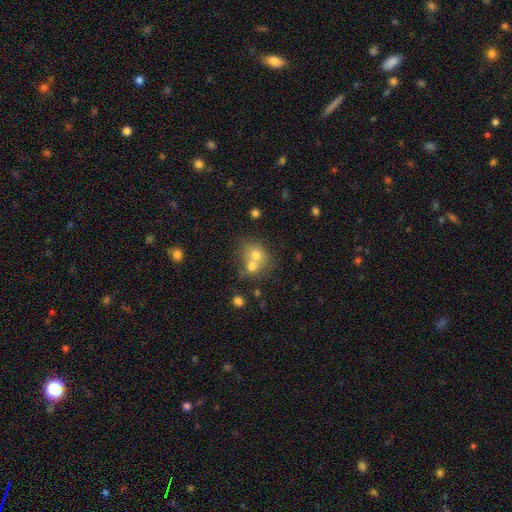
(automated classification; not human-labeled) smooth_or_featured: smooth (p=0.67) [alt: featured or disk p=0.21]
how_rounded: round (p=0.67) [alt: in between p=0.32]
merging: merger (p=0.60) [alt: none p=0.29]